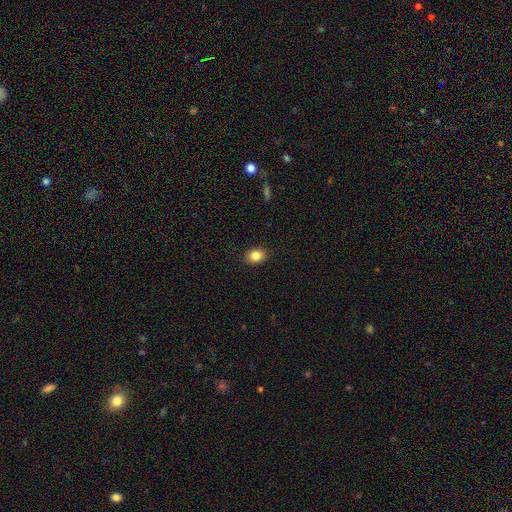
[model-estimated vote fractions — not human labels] Morphology: type=smooth (84%); roundness=in between (67%); merging=none (90%).